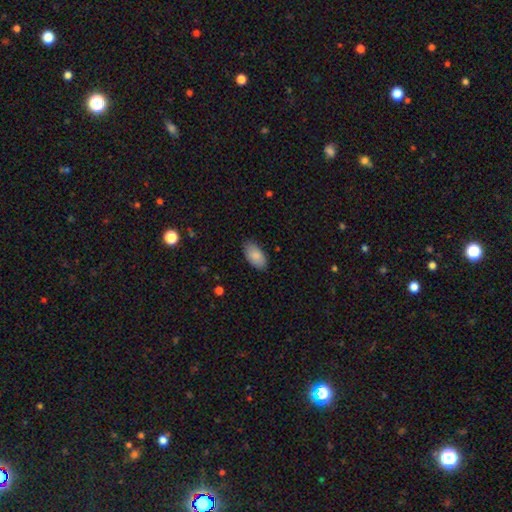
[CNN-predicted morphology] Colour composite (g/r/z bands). It shows a smooth galaxy with no disk features (87%) that is in between round and cigar-shaped (95%). Merging: none (84%).